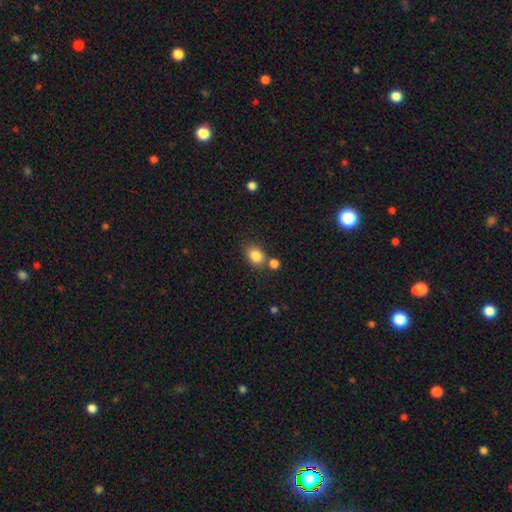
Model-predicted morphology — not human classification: smooth 85%, star or artifact 10%, featured or disk 6%. Down the decision tree: how rounded — in between (54%); merging — none (66%).